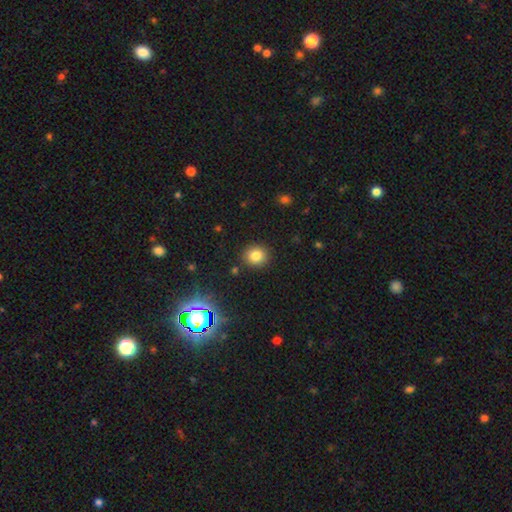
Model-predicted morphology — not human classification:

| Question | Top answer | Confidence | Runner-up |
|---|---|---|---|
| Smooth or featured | smooth | 80% | star or artifact (14%) |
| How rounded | round | 86% | in between (13%) |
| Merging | none | 89% | minor disturbance (7%) |